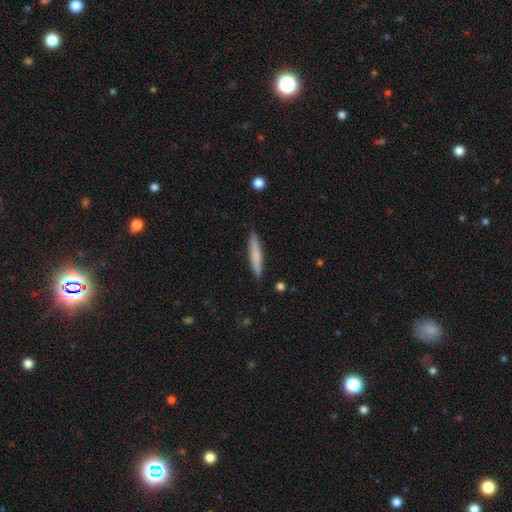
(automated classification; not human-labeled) smooth_or_featured: smooth (p=0.72) [alt: featured or disk p=0.22]
how_rounded: cigar-shaped (p=0.93) [alt: in between p=0.05]
merging: none (p=0.90) [alt: minor disturbance p=0.08]